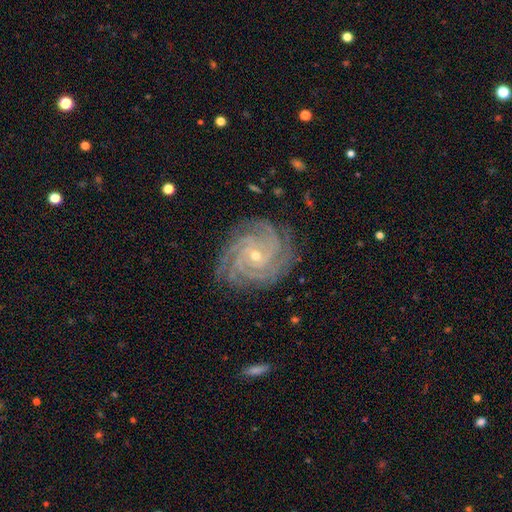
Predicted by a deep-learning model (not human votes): Morphology: type=featured or disk (91%); edge-on=no (98%); bar=no (67%); spiral arms=yes (99%); winding=tight (81%); arm count=4 (34%); bulge=small (68%); merging=none (82%).